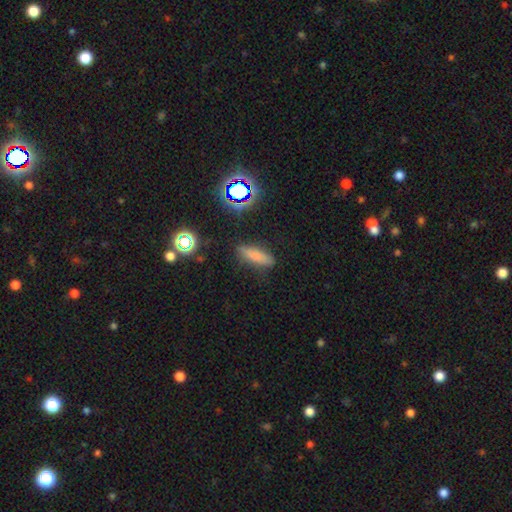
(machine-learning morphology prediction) A smooth galaxy with no disk features (73%) that is cigar-shaped (54%).

Vote fractions:
- Smooth or featured? smooth: 73% / star or artifact: 15% / featured or disk: 12%
- How rounded? cigar-shaped: 54% / in between: 43% / round: 3%
- Merging? none: 83% / minor disturbance: 12% / major disturbance: 3% / merger: 2%